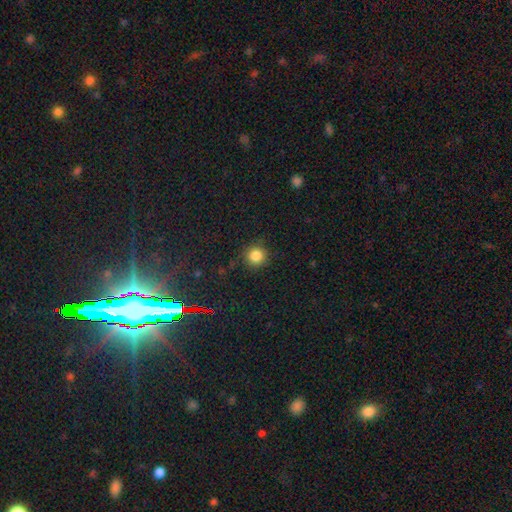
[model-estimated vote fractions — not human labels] Morphology: type=smooth (83%); roundness=round (94%); merging=none (88%).